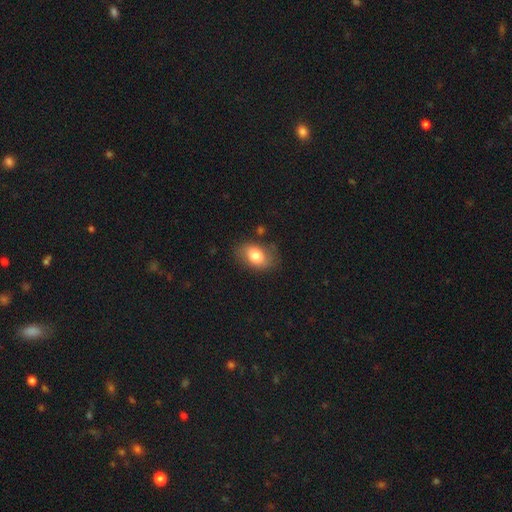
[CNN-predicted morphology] This appears to be a smooth galaxy with no disk features (77%) that is in between round and cigar-shaped (84%). Merging: none (74%).